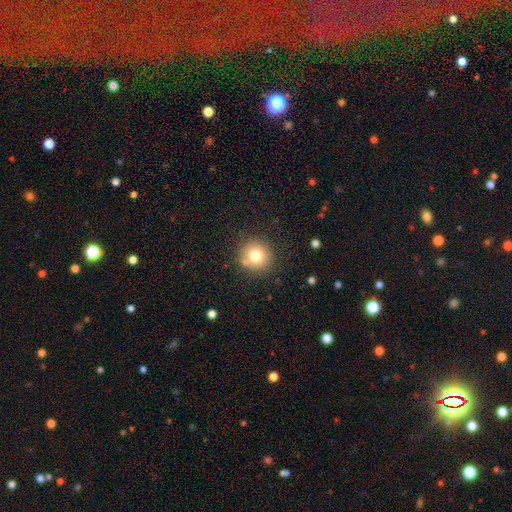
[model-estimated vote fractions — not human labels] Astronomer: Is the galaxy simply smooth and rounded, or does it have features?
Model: smooth — 75%.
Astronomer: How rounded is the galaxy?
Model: round — 93%.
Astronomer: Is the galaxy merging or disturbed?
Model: none — 82%.